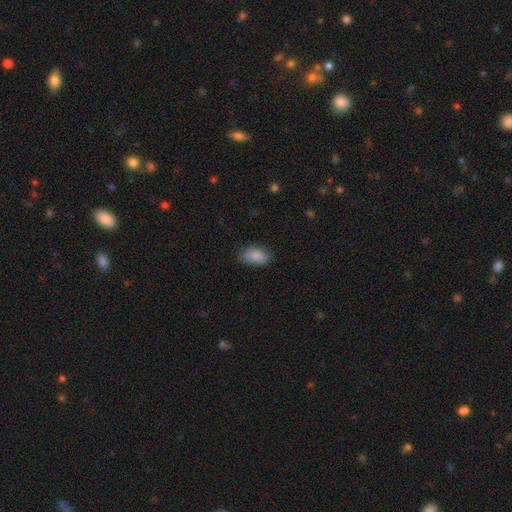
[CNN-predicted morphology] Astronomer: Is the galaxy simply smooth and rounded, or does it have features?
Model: smooth — 88%.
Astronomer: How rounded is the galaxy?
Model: in between — 93%.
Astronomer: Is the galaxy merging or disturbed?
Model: none — 80%.